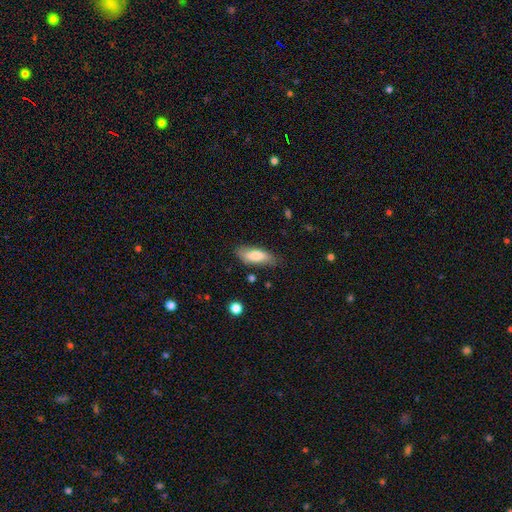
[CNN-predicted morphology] This appears to be a smooth galaxy with no disk features (79%) that is in between round and cigar-shaped (71%). Merging: none (75%).